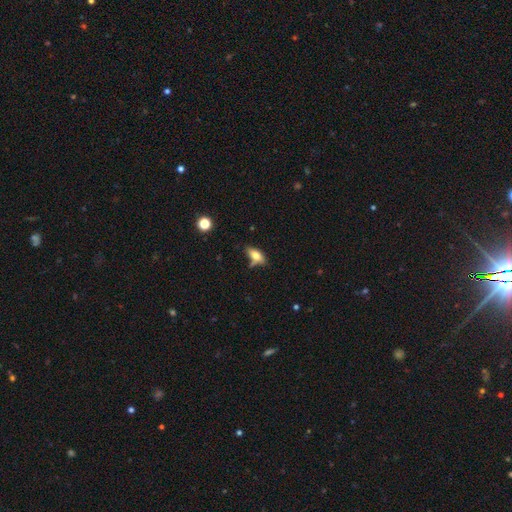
Smooth or featured? smooth (71%)
How rounded? in between (89%)
Merging? none (49%)